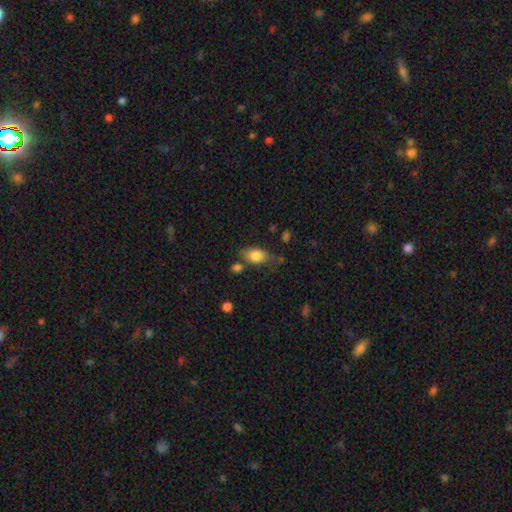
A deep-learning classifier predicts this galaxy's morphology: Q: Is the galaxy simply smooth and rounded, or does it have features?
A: smooth — 79%.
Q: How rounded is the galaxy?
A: in between — 83%.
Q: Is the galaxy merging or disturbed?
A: none — 61%.